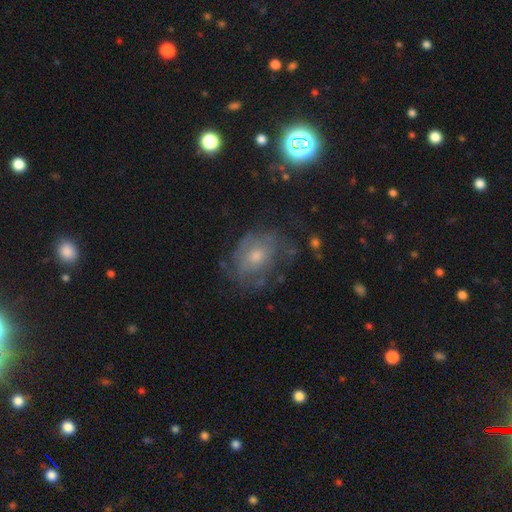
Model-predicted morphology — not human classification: type=featured or disk (54%); edge-on=no (96%); bar=no (81%); spiral arms=yes (54%); bulge=moderate (50%); merging=none (58%).